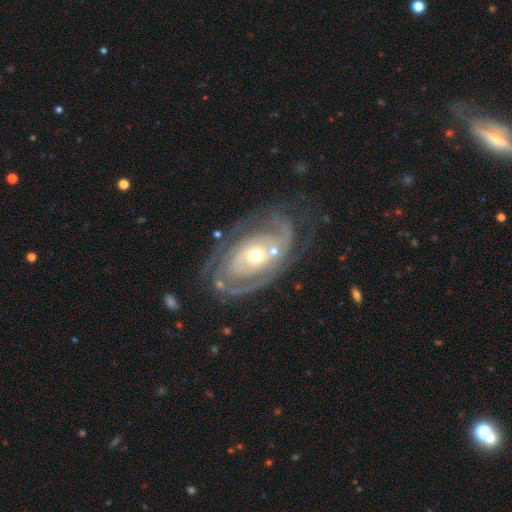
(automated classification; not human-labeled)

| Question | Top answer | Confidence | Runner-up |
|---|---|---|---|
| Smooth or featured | featured or disk | 87% | smooth (8%) |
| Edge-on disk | no | 96% | yes (4%) |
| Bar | no | 75% | weak (17%) |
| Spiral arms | yes | 90% | no (10%) |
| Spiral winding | tight | 66% | medium (25%) |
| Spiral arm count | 2 | 42% | can't tell (25%) |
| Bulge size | moderate | 56% | small (38%) |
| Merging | none | 60% | minor disturbance (20%) |